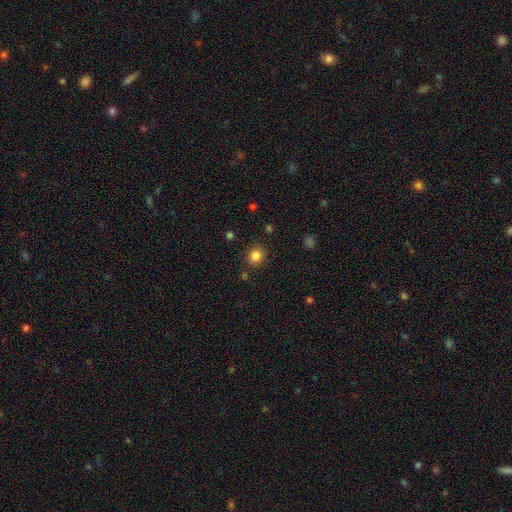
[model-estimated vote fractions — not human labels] A smooth galaxy with no disk features (84%) that is round (83%).

Vote fractions:
- Smooth or featured? smooth: 84% / star or artifact: 12% / featured or disk: 4%
- How rounded? round: 83% / in between: 16% / cigar-shaped: 1%
- Merging? none: 86% / minor disturbance: 8% / major disturbance: 3% / merger: 3%